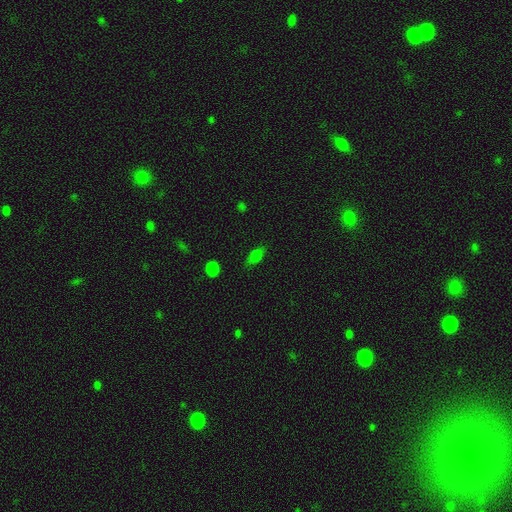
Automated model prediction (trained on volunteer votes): Smooth or featured? smooth (73%)
How rounded? in between (79%)
Merging? none (77%)